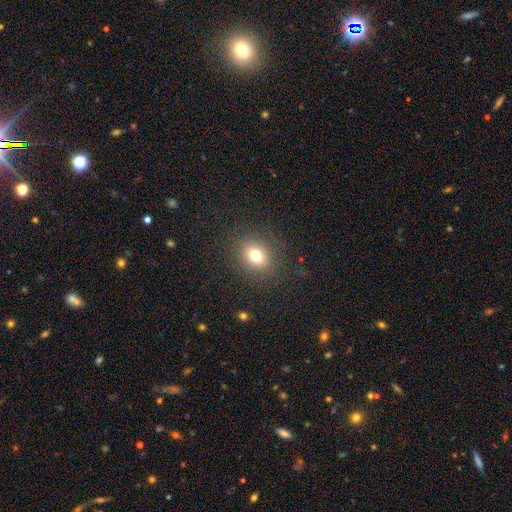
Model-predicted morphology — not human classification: Smooth or featured? Predicted: smooth (p=0.75). How rounded? Predicted: round (p=0.56). Merging? Predicted: none (p=0.86).